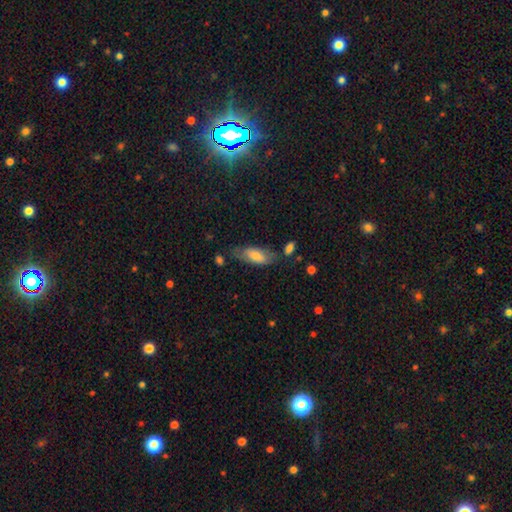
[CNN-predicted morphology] A smooth galaxy with no disk features (66%) that is in between round and cigar-shaped (75%). Merging: none (64%).